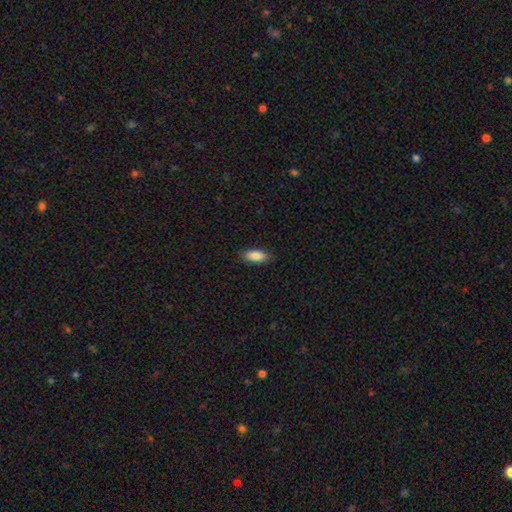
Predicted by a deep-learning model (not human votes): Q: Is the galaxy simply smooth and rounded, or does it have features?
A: smooth — 87%.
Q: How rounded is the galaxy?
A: in between — 81%.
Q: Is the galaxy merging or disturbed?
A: none — 87%.